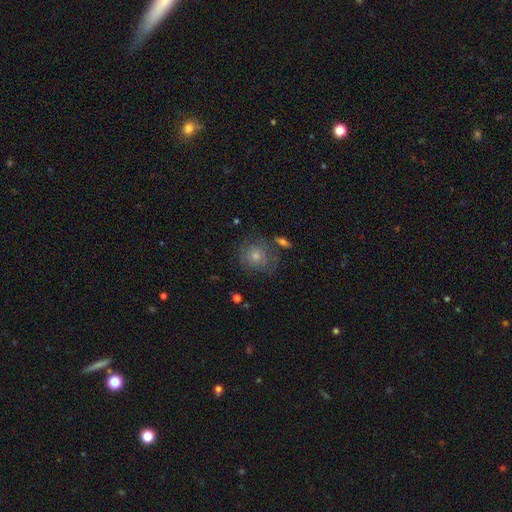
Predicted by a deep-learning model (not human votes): A featured or disk galaxy (45%).

Vote fractions:
- Smooth or featured? featured or disk: 45% / smooth: 36% / star or artifact: 19%
- Merging? none: 73% / minor disturbance: 14% / major disturbance: 7% / merger: 5%